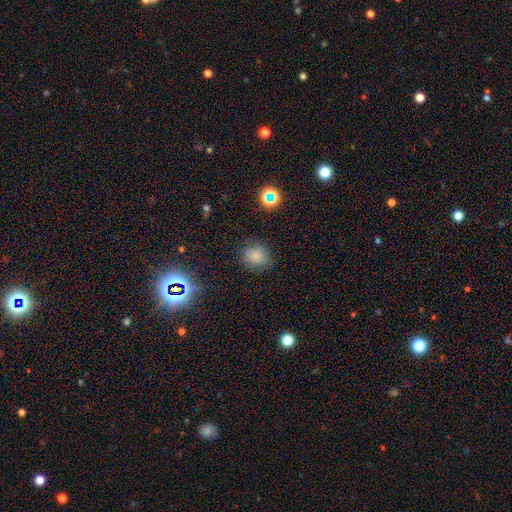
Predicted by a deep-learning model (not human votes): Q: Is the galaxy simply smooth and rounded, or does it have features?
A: smooth — 75%.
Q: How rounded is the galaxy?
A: round — 80%.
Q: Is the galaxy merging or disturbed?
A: none — 80%.